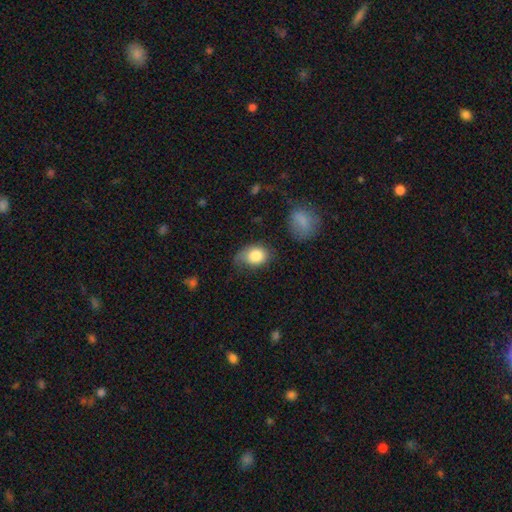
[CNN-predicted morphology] smooth-or-featured: smooth: 82% | featured or disk: 10% | star or artifact: 8%
  how-rounded: in between: 66% | round: 33% | cigar-shaped: 1%
  merging: none: 44% | minor disturbance: 38% | major disturbance: 15% | merger: 3%